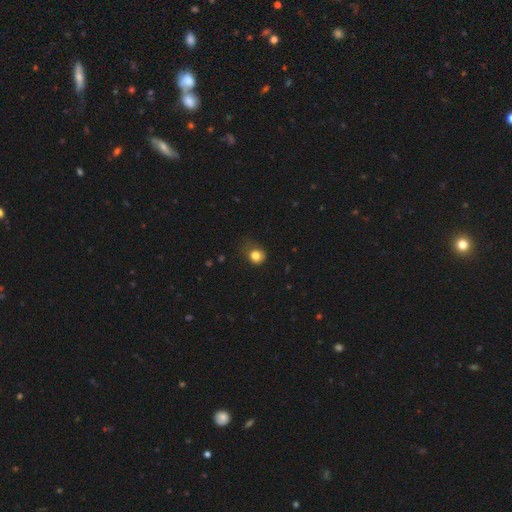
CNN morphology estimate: This appears to be a smooth galaxy with no disk features (81%) that is round (71%). Merging: none (51%).